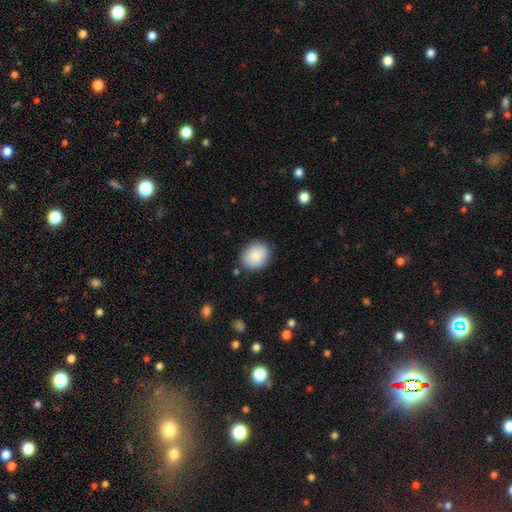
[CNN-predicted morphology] Q: Smooth or featured?
A: smooth (84%); runner-up: featured or disk (8%)
Q: How rounded?
A: in between (52%); runner-up: round (47%)
Q: Merging?
A: none (85%); runner-up: minor disturbance (11%)